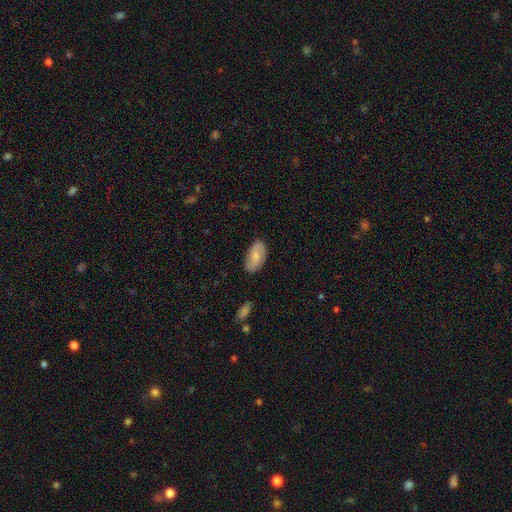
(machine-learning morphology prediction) Overall: smooth (63%; featured or disk 30%). How rounded: in between (94%). Merging: none (81%).